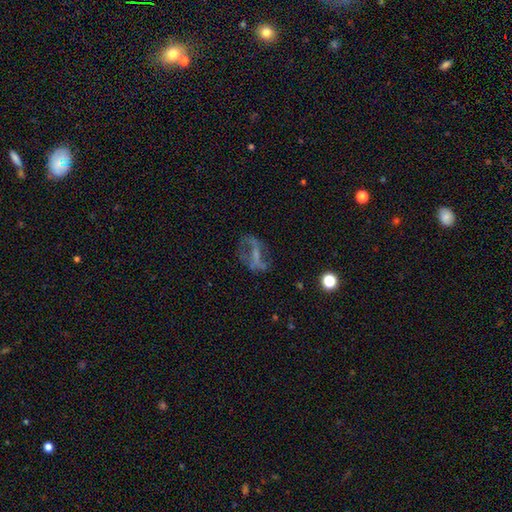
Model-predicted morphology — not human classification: The model was most divided on "bar": strong: 36%, no: 34%, weak: 30%. More confident: edge-on disk — no (92%); smooth or featured — featured or disk (60%); spiral arms — no (57%); bulge size — none (52%); merging — none (51%).